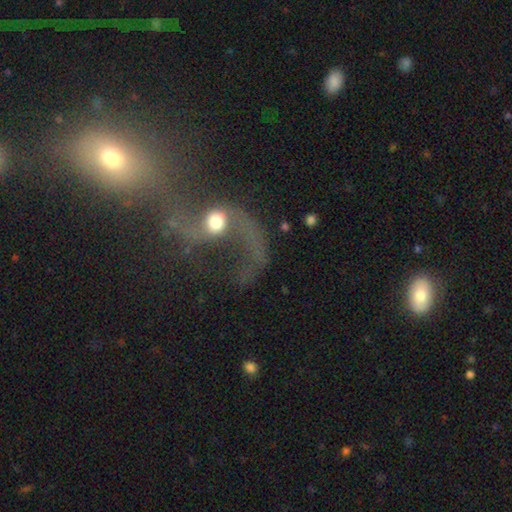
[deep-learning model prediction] Q: Smooth or featured?
A: featured or disk (75%); runner-up: smooth (13%)
Q: Edge-on disk?
A: no (95%); runner-up: yes (5%)
Q: Bar?
A: no (58%); runner-up: weak (30%)
Q: Spiral arms?
A: yes (85%); runner-up: no (15%)
Q: Spiral winding?
A: loose (84%); runner-up: medium (13%)
Q: Spiral arm count?
A: 2 (76%); runner-up: 1 (18%)
Q: Bulge size?
A: moderate (53%); runner-up: small (27%)
Q: Merging?
A: none (31%); runner-up: merger (30%)